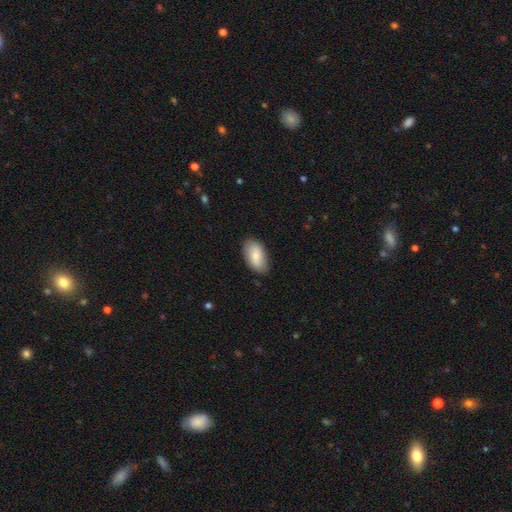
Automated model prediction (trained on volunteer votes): Smooth or featured: smooth — 78% (featured or disk — 16%)
How rounded: in between — 94% (round — 4%)
Merging: none — 82% (minor disturbance — 14%)